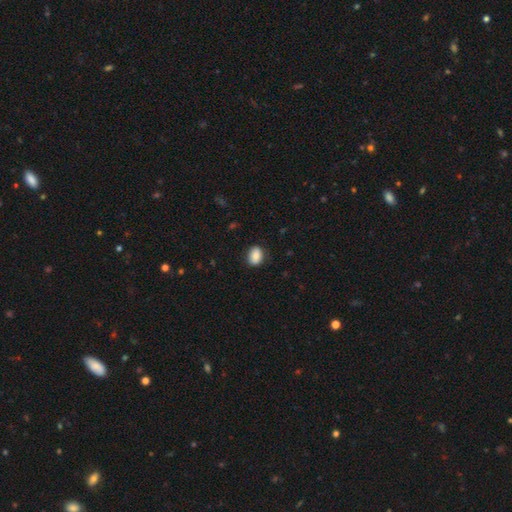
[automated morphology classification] A smooth galaxy with no disk features (83%) that is in between round and cigar-shaped (66%).

Vote fractions:
- Smooth or featured? smooth: 83% / featured or disk: 9% / star or artifact: 8%
- How rounded? in between: 66% / round: 32% / cigar-shaped: 1%
- Merging? none: 83% / minor disturbance: 13% / major disturbance: 3% / merger: 1%